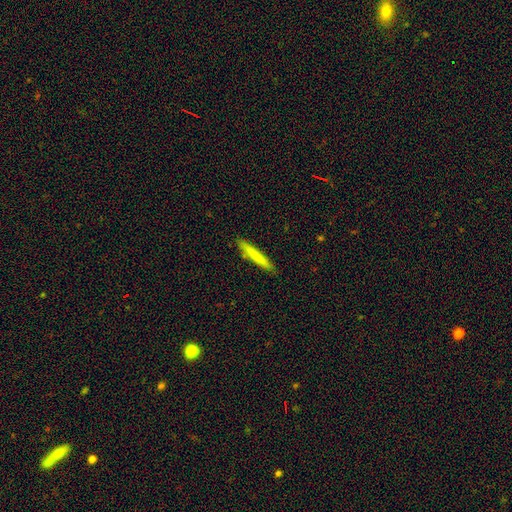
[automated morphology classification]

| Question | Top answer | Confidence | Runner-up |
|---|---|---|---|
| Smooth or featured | smooth | 76% | featured or disk (18%) |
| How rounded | cigar-shaped | 95% | in between (4%) |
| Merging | none | 87% | minor disturbance (9%) |